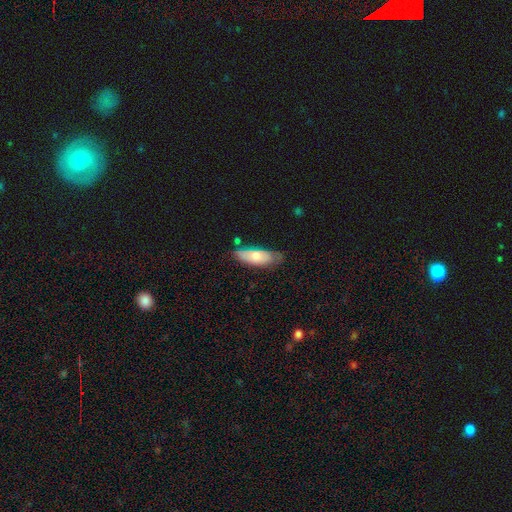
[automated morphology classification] Smooth or featured? Predicted: smooth (p=0.68). How rounded? Predicted: in between (p=0.71). Merging? Predicted: none (p=0.64).